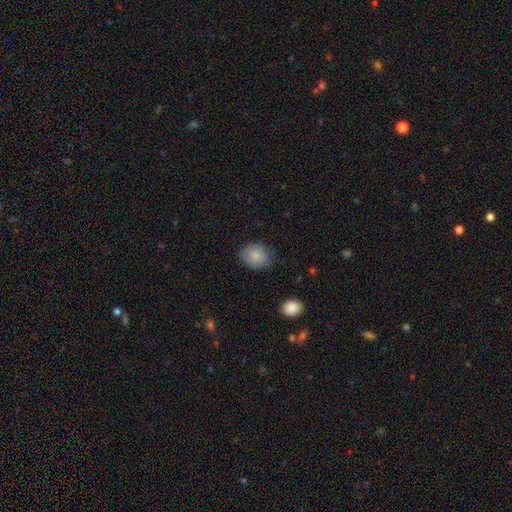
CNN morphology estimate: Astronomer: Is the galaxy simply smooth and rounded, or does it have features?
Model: smooth — 87%.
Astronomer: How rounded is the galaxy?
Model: round — 55% (runner-up: in between, 44%).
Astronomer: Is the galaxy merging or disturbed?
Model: none — 80%.